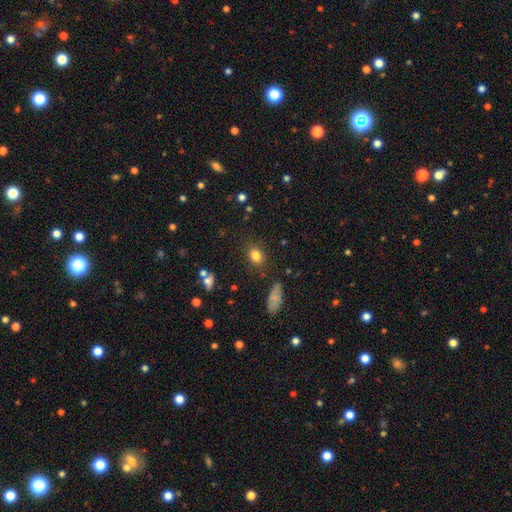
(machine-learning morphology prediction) smooth 82%, star or artifact 11%, featured or disk 8%. Down the decision tree: how rounded — in between (68%); merging — none (82%).